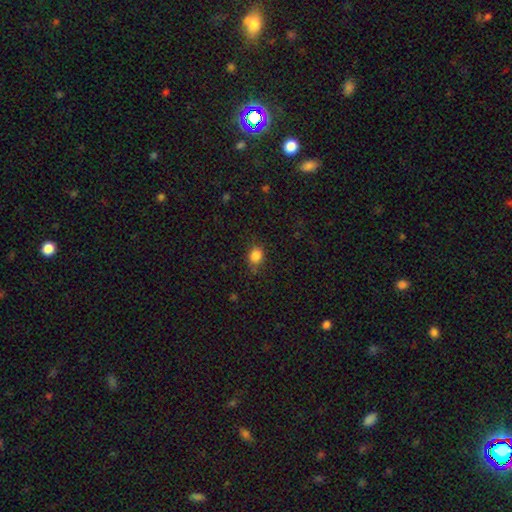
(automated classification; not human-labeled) smooth 85%, star or artifact 11%, featured or disk 4%. Down the decision tree: how rounded — round (56%); merging — none (74%).